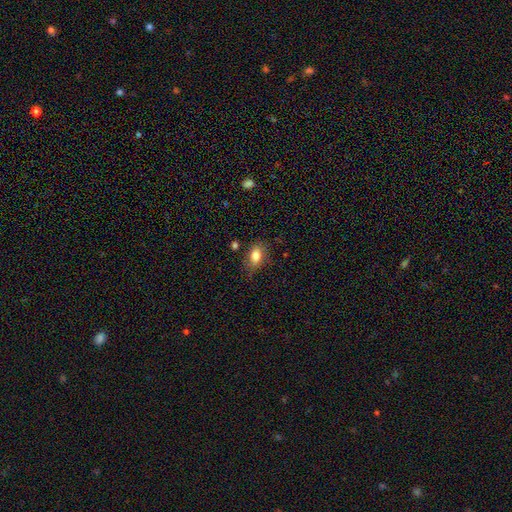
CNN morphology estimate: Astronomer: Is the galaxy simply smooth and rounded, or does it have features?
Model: smooth — 82%.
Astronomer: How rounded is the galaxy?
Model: in between — 84%.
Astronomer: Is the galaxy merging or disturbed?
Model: none — 74%.